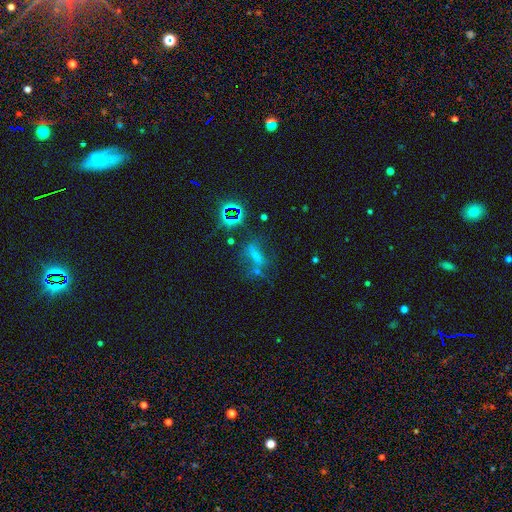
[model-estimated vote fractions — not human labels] Smooth or featured?
  - smooth: 47% *
  - star or artifact: 35%
  - featured or disk: 18%
Merging?
  - none: 44% *
  - major disturbance: 21%
  - minor disturbance: 19%
  - merger: 15%